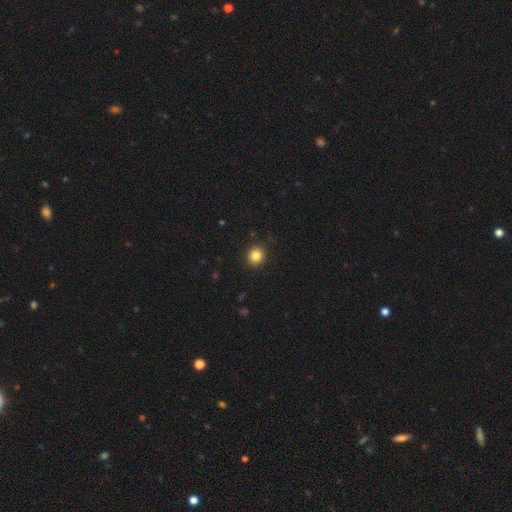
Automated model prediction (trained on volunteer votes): A smooth galaxy with no disk features (84%) that is round (82%).

Vote fractions:
- Smooth or featured? smooth: 84% / star or artifact: 11% / featured or disk: 5%
- How rounded? round: 82% / in between: 17% / cigar-shaped: 1%
- Merging? none: 90% / minor disturbance: 7% / major disturbance: 2% / merger: 1%